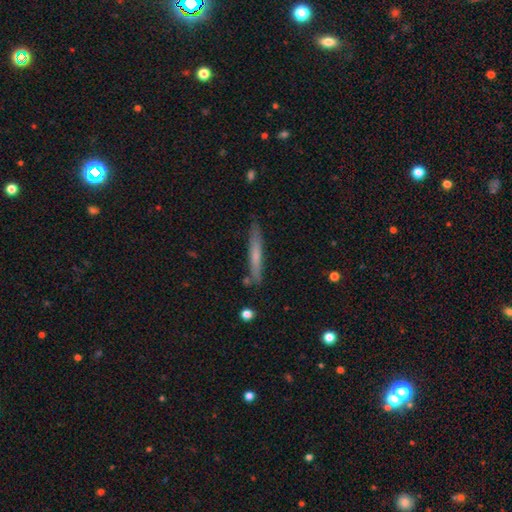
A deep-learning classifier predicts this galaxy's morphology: Smooth or featured? smooth (55%)
How rounded? cigar-shaped (95%)
Merging? none (83%)